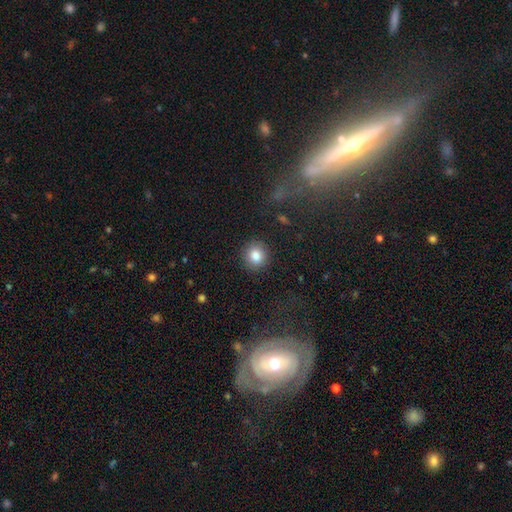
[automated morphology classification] smooth_or_featured: smooth (p=0.84) [alt: star or artifact p=0.09]
how_rounded: round (p=0.88) [alt: in between p=0.11]
merging: none (p=0.89) [alt: minor disturbance p=0.07]